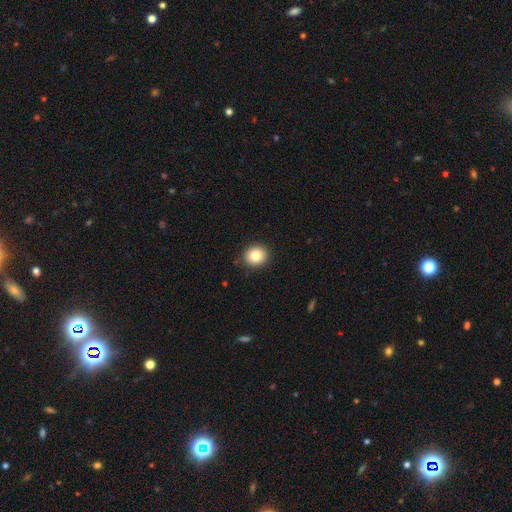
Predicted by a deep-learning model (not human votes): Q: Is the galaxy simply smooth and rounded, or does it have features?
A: smooth — 83%.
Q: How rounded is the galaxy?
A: round — 81%.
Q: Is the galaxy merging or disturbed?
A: none — 90%.